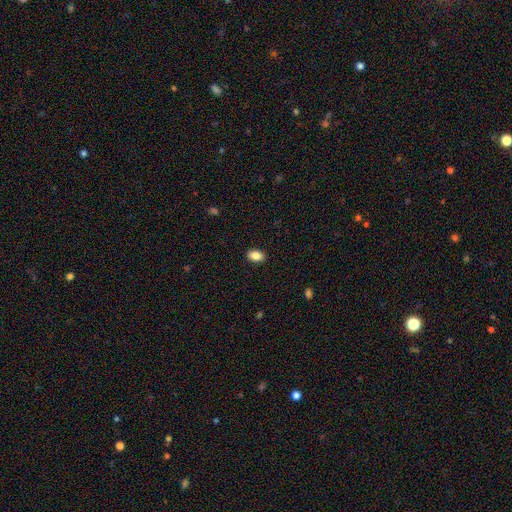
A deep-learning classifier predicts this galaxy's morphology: A smooth galaxy with no disk features (86%) that is in between round and cigar-shaped (88%). Merging: none (90%).